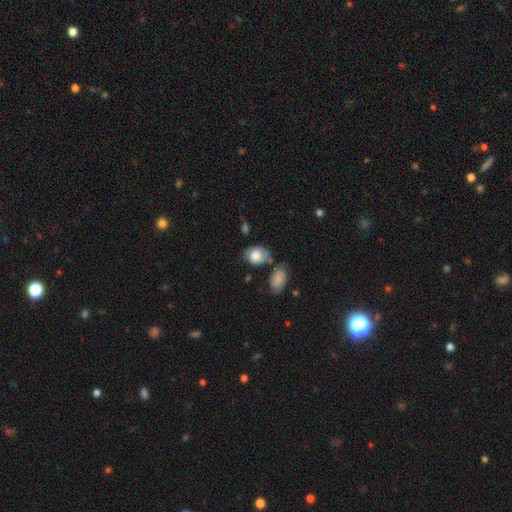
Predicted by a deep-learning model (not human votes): Smooth or featured? Predicted: smooth (p=0.77). How rounded? Predicted: in between (p=0.62). Merging? Predicted: none (p=0.50).